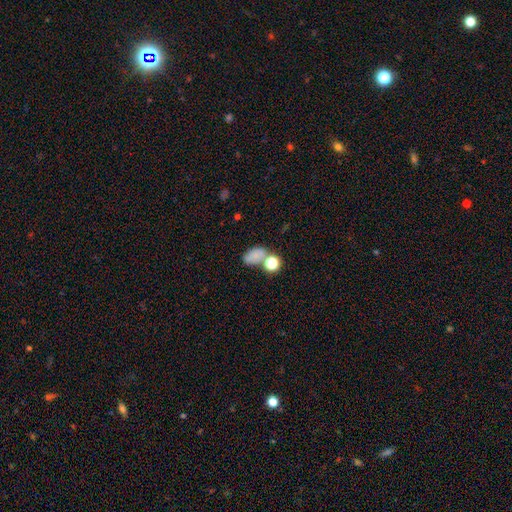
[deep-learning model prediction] This appears to be a smooth galaxy with no disk features (73%) that is in between round and cigar-shaped (79%). Merging: none (42%).